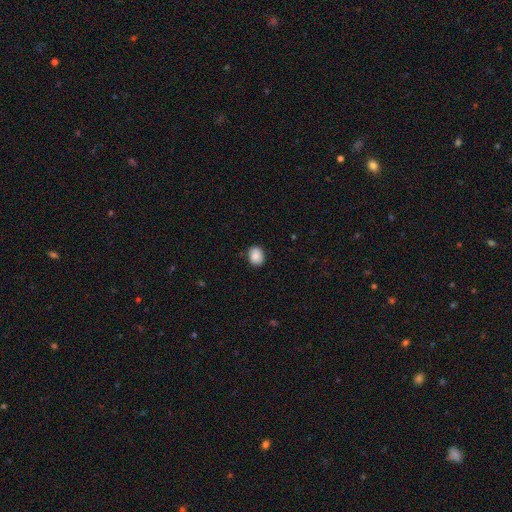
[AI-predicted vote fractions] Morphology: type=smooth (87%); roundness=in between (54%); merging=none (86%).